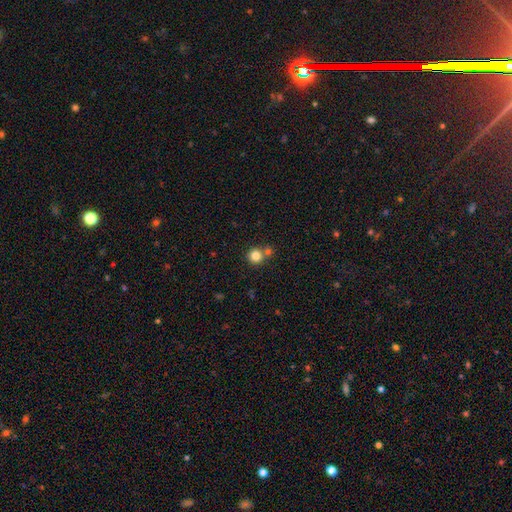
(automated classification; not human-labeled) smooth-or-featured: smooth: 82% | star or artifact: 12% | featured or disk: 6%
  how-rounded: round: 93% | in between: 6% | cigar-shaped: 1%
  merging: none: 69% | merger: 22% | minor disturbance: 7% | major disturbance: 3%